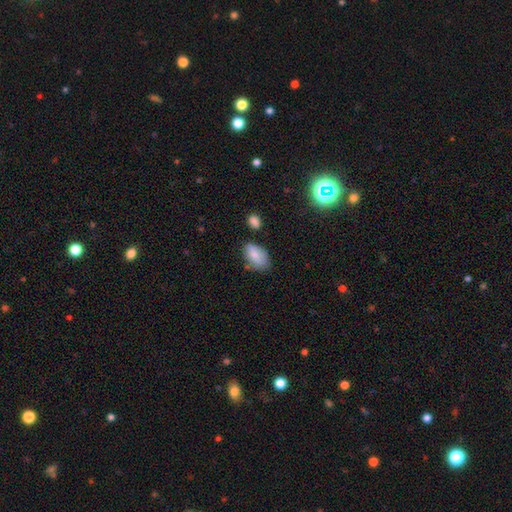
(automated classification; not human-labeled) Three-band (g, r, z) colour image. It shows a smooth galaxy with no disk features (78%) that is in between round and cigar-shaped (91%). Merging: none (65%).